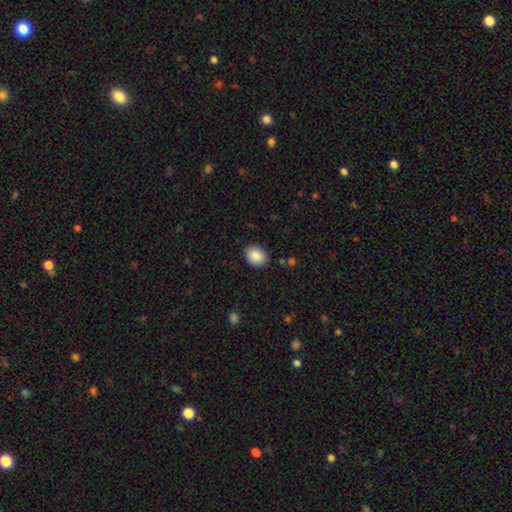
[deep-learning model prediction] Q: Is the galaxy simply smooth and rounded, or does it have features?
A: smooth — 88%.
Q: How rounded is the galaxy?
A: in between — 54%.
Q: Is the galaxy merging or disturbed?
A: none — 88%.